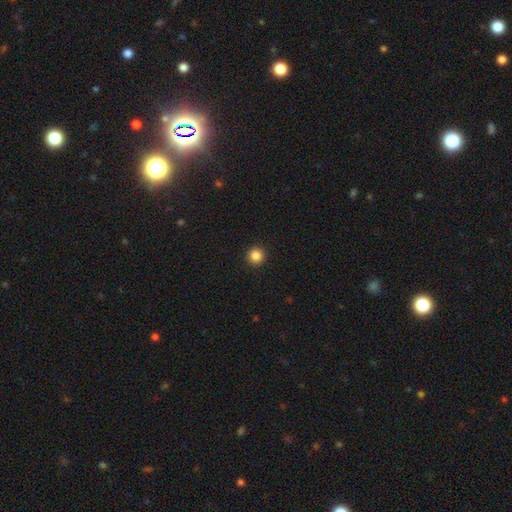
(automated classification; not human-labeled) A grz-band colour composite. It shows a smooth galaxy with no disk features (86%) that is round (96%). Merging: none (93%).